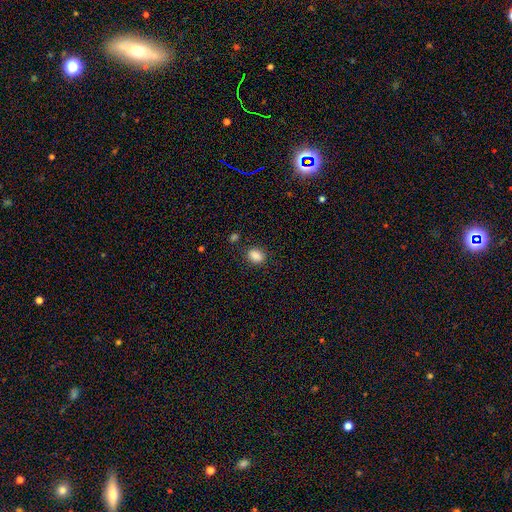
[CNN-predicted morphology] Overall: smooth (87%). How rounded: in between (70%). Merging: none (82%).